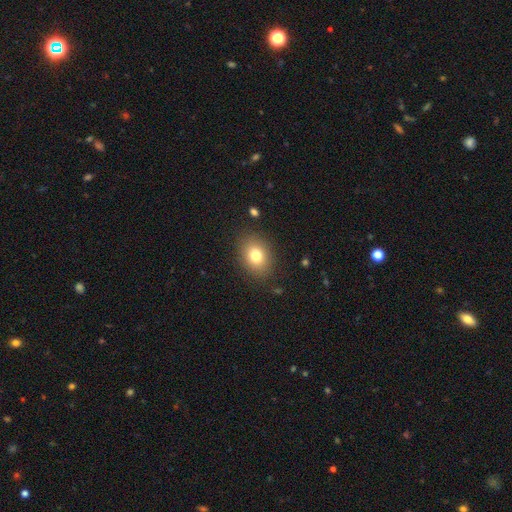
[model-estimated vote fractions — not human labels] Overall: smooth (79%). How rounded: in between (62%; round 37%). Merging: none (86%).